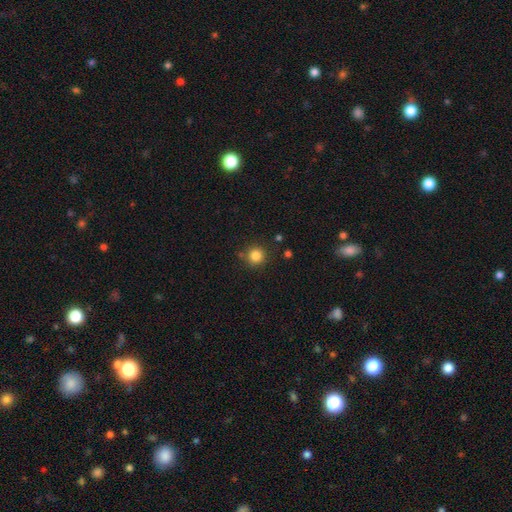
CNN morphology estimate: Q: Smooth or featured?
A: smooth (83%); runner-up: star or artifact (12%)
Q: How rounded?
A: round (94%); runner-up: in between (5%)
Q: Merging?
A: none (84%); runner-up: minor disturbance (9%)